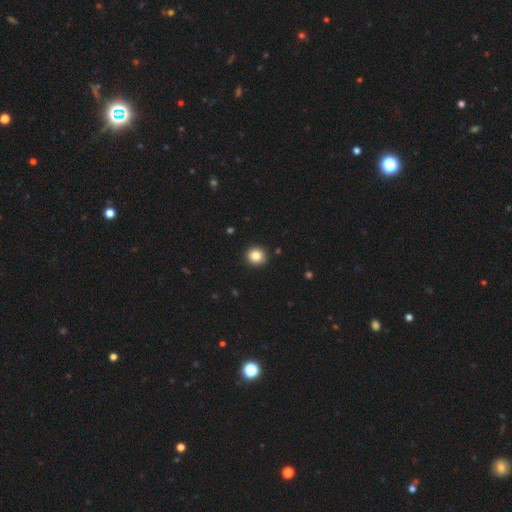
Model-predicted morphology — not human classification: A smooth galaxy with no disk features (84%) that is round (92%). Merging: none (92%).